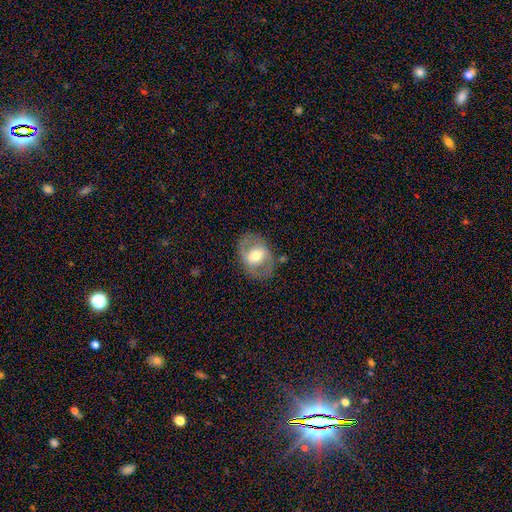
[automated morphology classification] The model was most divided on "bar": no: 41%, weak: 35%, strong: 24%. More confident: edge-on disk — no (93%); merging — none (77%); bulge size — moderate (68%); spiral arms — no (62%); smooth or featured — featured or disk (55%).